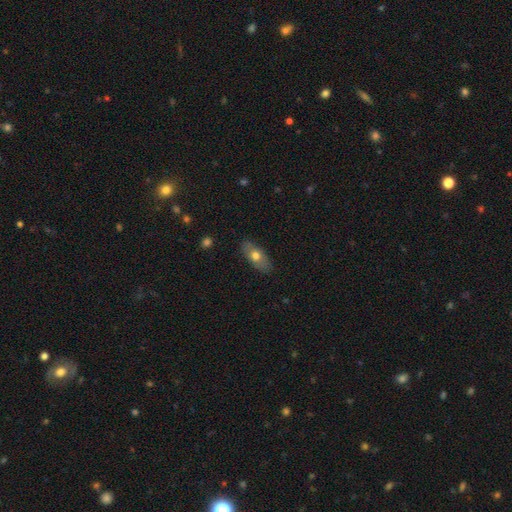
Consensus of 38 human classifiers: smooth 63%, featured or disk 29%, star or artifact 8%. Down the decision tree: how rounded — in between (71%); merging — none (83%).